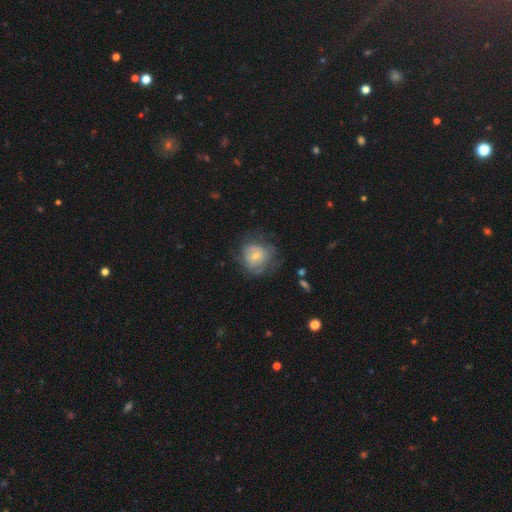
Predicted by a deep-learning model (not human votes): The model was most divided on "smooth or featured": featured or disk: 48%, smooth: 43%, star or artifact: 9%. More confident: merging — none (52%).